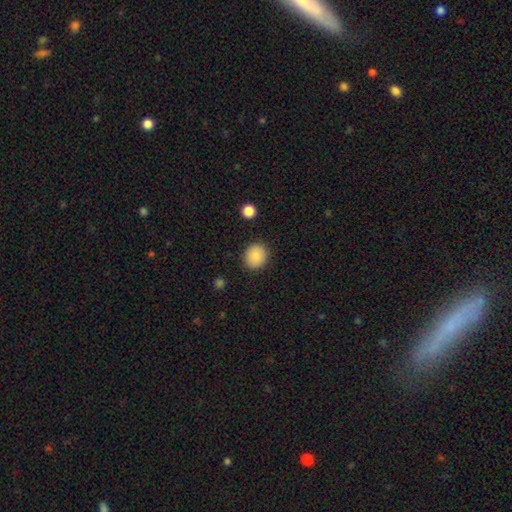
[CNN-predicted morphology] A smooth galaxy with no disk features (86%) that is round (79%).

Vote fractions:
- Smooth or featured? smooth: 86% / star or artifact: 9% / featured or disk: 5%
- How rounded? round: 79% / in between: 20% / cigar-shaped: 1%
- Merging? none: 89% / minor disturbance: 8% / major disturbance: 2% / merger: 1%